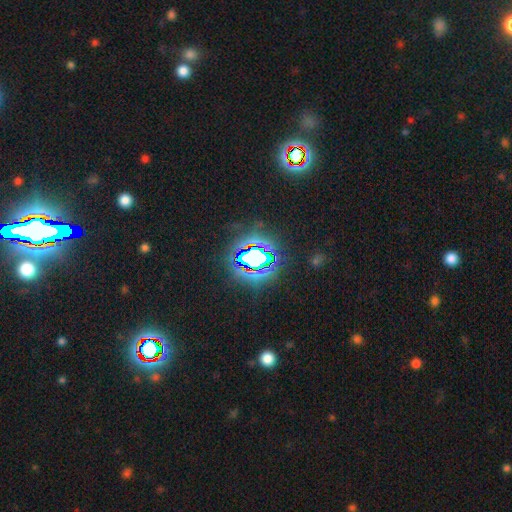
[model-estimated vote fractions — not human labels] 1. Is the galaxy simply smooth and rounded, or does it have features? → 81% star or artifact, 11% smooth, 8% featured or disk.